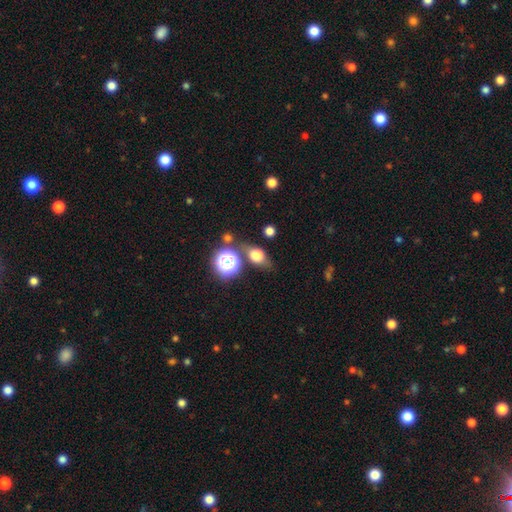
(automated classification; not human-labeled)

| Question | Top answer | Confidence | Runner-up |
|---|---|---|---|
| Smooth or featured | smooth | 66% | star or artifact (18%) |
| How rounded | in between | 60% | round (36%) |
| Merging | none | 65% | minor disturbance (17%) |